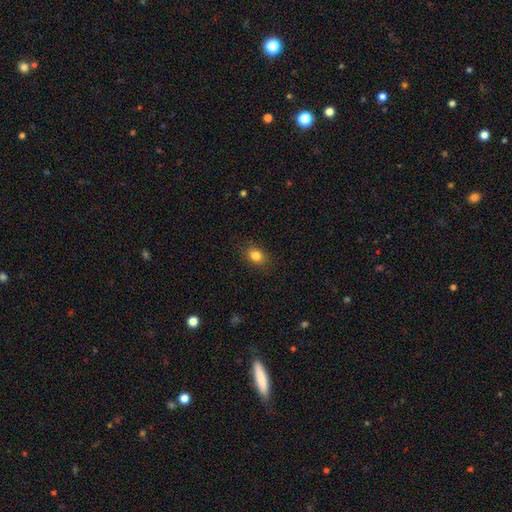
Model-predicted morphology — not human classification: Q: Smooth or featured?
A: smooth (83%); runner-up: star or artifact (11%)
Q: How rounded?
A: in between (60%); runner-up: round (39%)
Q: Merging?
A: none (86%); runner-up: minor disturbance (10%)